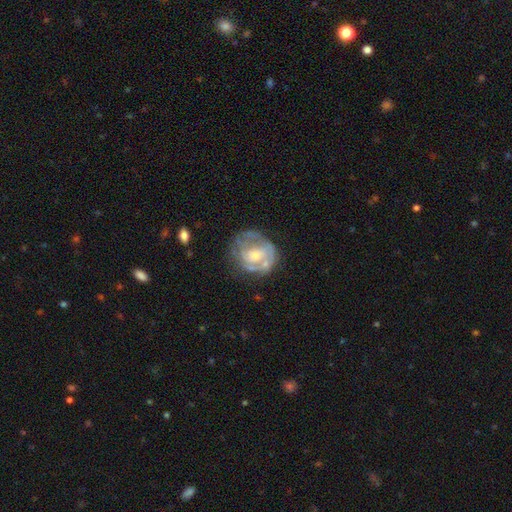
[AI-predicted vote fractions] This is likely a featured or disk galaxy (66%). It is clearly not viewed edge-on (98%). Bar: likely no (75%). Spiral arm pattern: possibly yes (51%). Central bulge: marginally moderate (43%). Merging: possibly none (53%).